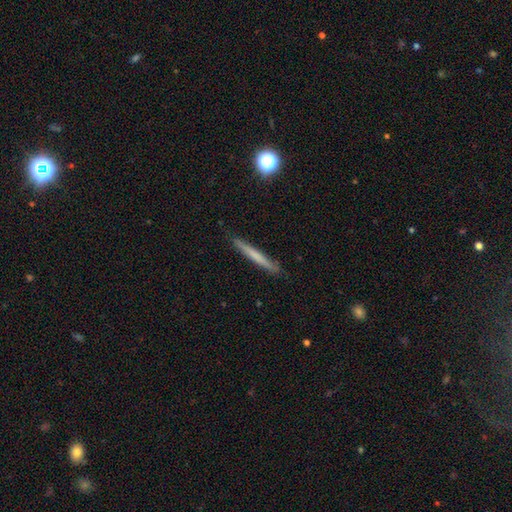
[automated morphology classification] A smooth galaxy with no disk features (58%) that is cigar-shaped (96%). Merging: none (89%).